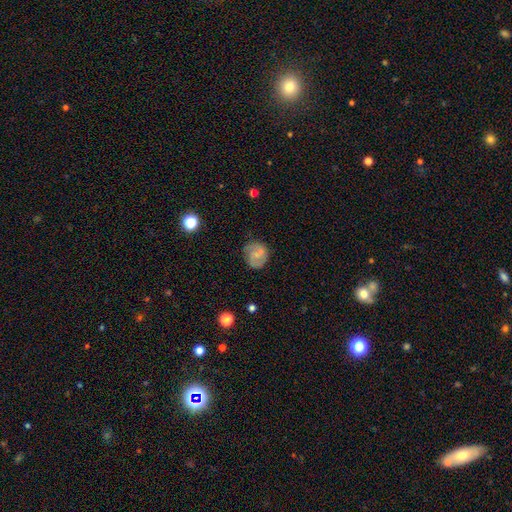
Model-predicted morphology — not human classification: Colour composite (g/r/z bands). It shows a featured or disk galaxy (48%). Merging: none (69%).